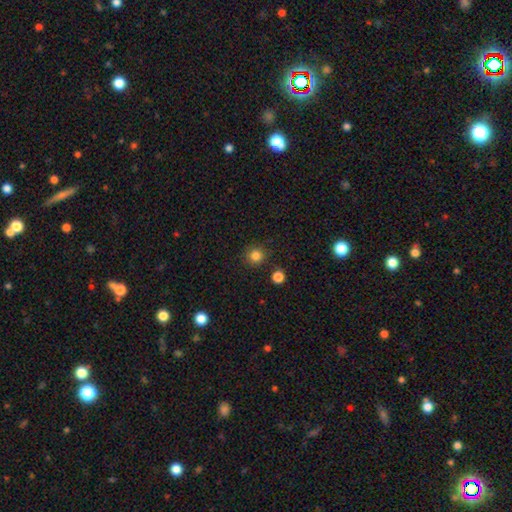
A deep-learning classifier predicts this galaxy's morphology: Smooth or featured? smooth (82%)
How rounded? round (93%)
Merging? none (86%)